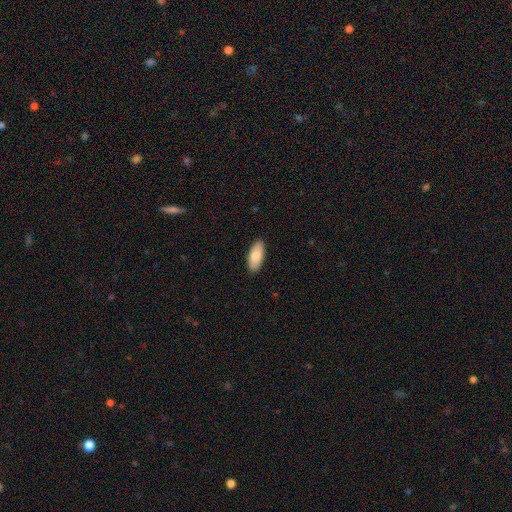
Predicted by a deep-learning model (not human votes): Q: Smooth or featured?
A: smooth (84%); runner-up: featured or disk (10%)
Q: How rounded?
A: in between (87%); runner-up: cigar-shaped (11%)
Q: Merging?
A: none (89%); runner-up: minor disturbance (8%)